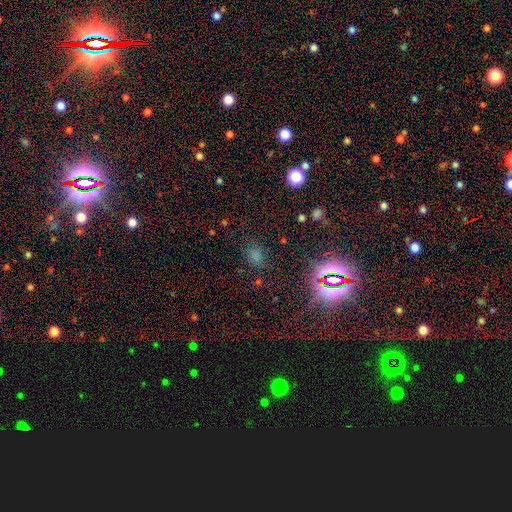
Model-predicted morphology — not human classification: type=star or artifact (54%).